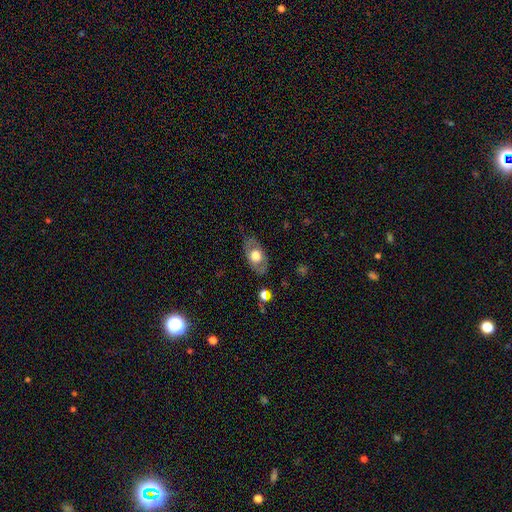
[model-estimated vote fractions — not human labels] Morphology: type=smooth (53%); roundness=in between (85%); merging=none (76%).